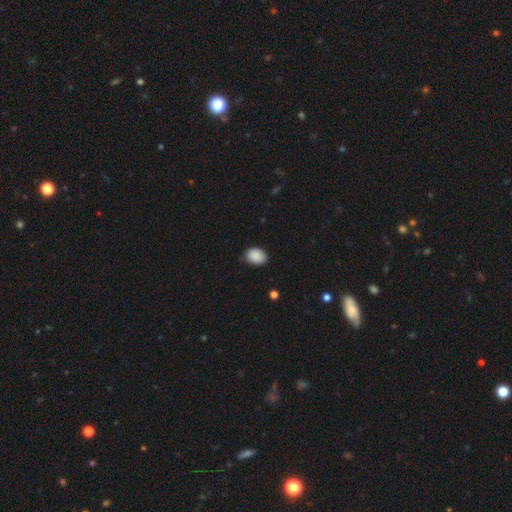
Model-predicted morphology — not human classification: A smooth galaxy with no disk features (88%) that is in between round and cigar-shaped (67%).

Vote fractions:
- Smooth or featured? smooth: 88% / star or artifact: 7% / featured or disk: 4%
- How rounded? in between: 67% / round: 32% / cigar-shaped: 1%
- Merging? none: 80% / minor disturbance: 17% / major disturbance: 3% / merger: 1%